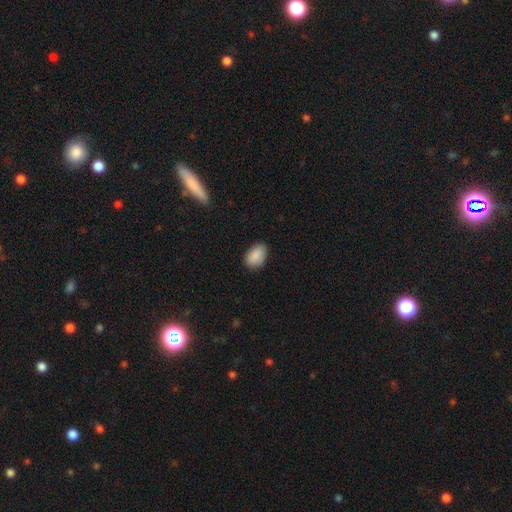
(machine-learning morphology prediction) smooth 89%, star or artifact 7%, featured or disk 4%. Down the decision tree: how rounded — in between (88%); merging — none (82%).